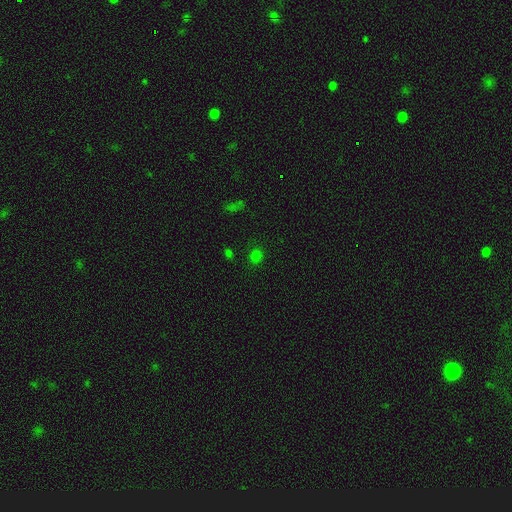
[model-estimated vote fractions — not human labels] Smooth or featured?
  - smooth: 74% *
  - star or artifact: 22%
  - featured or disk: 4%
How rounded?
  - round: 73% *
  - in between: 26%
  - cigar-shaped: 1%
Merging?
  - none: 86% *
  - minor disturbance: 8%
  - major disturbance: 3%
  - merger: 2%